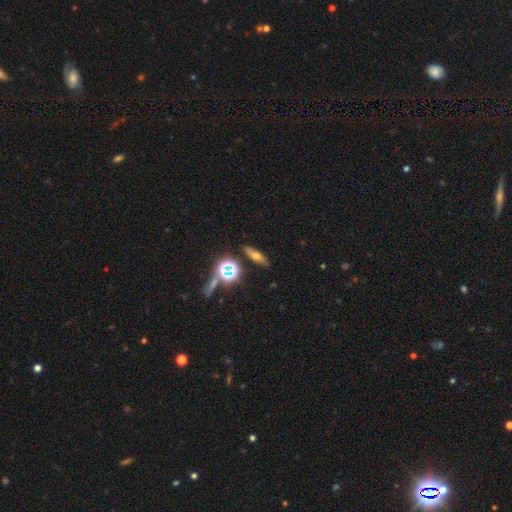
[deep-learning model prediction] This appears to be a smooth galaxy with no disk features (46%). Merging: none (84%).